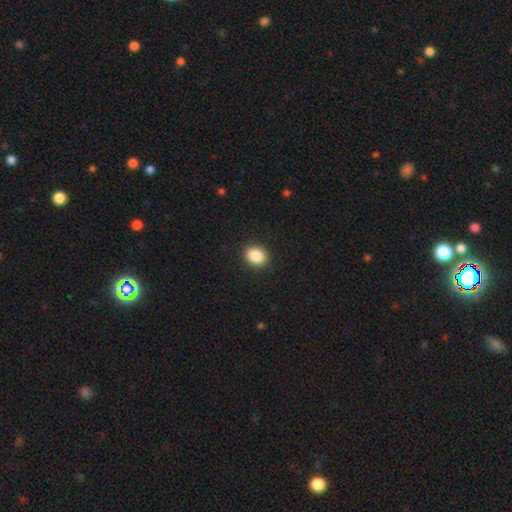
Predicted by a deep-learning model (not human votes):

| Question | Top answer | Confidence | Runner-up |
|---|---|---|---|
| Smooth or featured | smooth | 88% | star or artifact (9%) |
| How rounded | round | 51% | in between (48%) |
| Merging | none | 91% | minor disturbance (6%) |